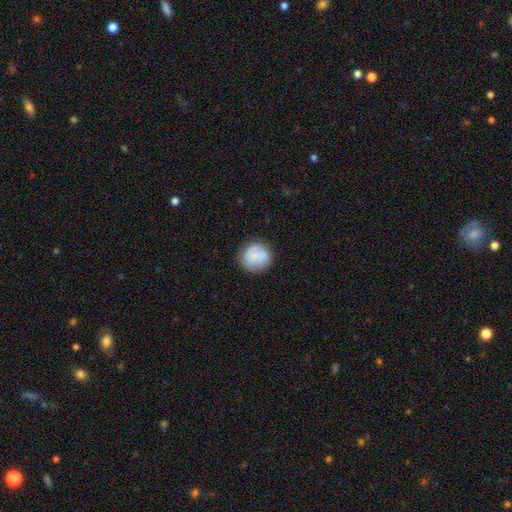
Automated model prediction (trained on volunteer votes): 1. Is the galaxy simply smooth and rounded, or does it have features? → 72% smooth, 21% featured or disk, 7% star or artifact.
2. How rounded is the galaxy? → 90% round, 9% in between, 1% cigar-shaped.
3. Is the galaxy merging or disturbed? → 74% none, 16% minor disturbance, 5% major disturbance, 4% merger.